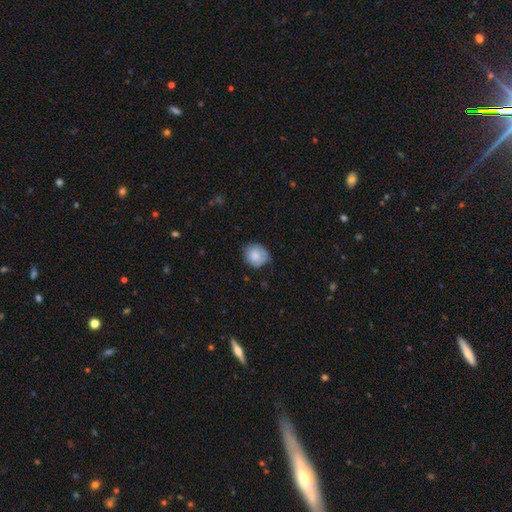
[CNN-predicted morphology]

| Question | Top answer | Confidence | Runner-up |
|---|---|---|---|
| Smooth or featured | smooth | 79% | featured or disk (13%) |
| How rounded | round | 79% | in between (20%) |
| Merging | none | 62% | minor disturbance (30%) |